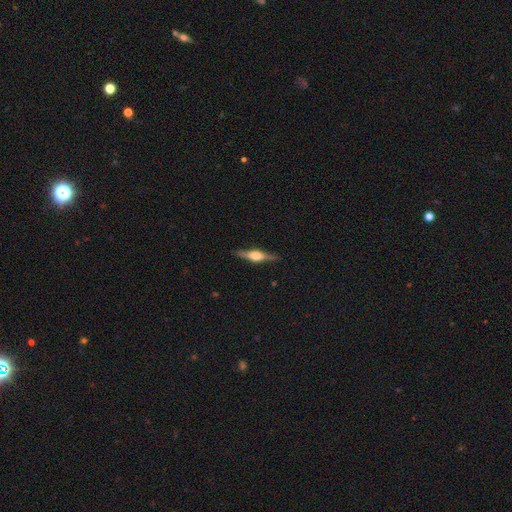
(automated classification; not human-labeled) The model was most divided on "smooth or featured": featured or disk: 72%, smooth: 23%, star or artifact: 6%. More confident: edge-on disk — yes (97%); edge-on bulge — rounded (89%); merging — none (89%).